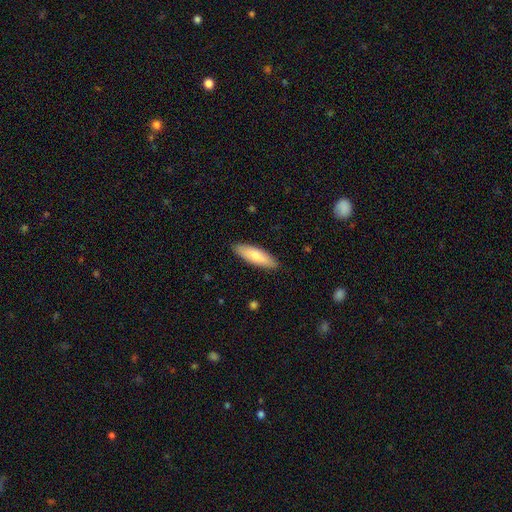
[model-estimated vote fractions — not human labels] Smooth or featured? smooth (75%)
How rounded? cigar-shaped (56%)
Merging? none (89%)